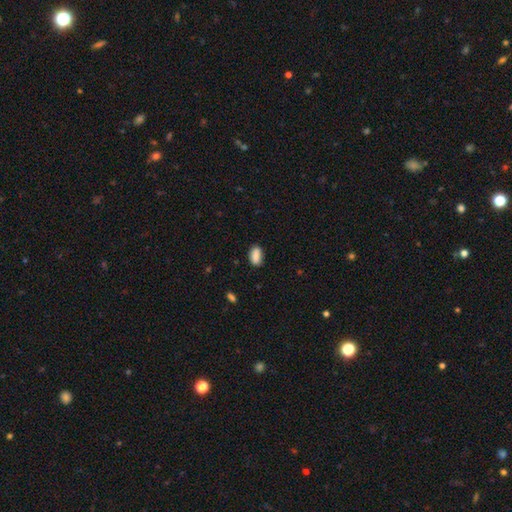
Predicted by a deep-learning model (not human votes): Smooth or featured?
  - smooth: 88% *
  - star or artifact: 8%
  - featured or disk: 4%
How rounded?
  - in between: 90% *
  - round: 5%
  - cigar-shaped: 5%
Merging?
  - none: 81% *
  - minor disturbance: 14%
  - major disturbance: 3%
  - merger: 2%